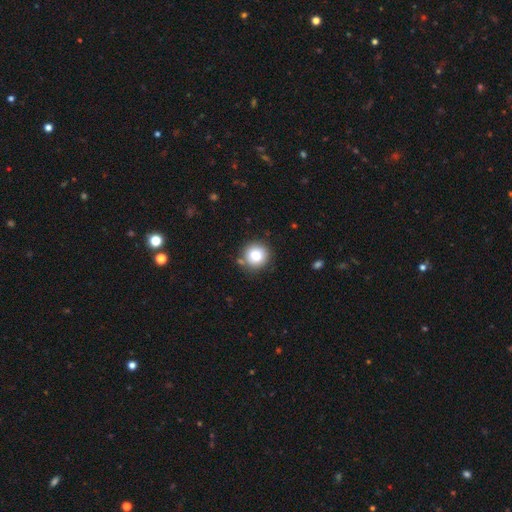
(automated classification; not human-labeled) Overall: smooth (77%). How rounded: round (93%). Merging: none (84%).